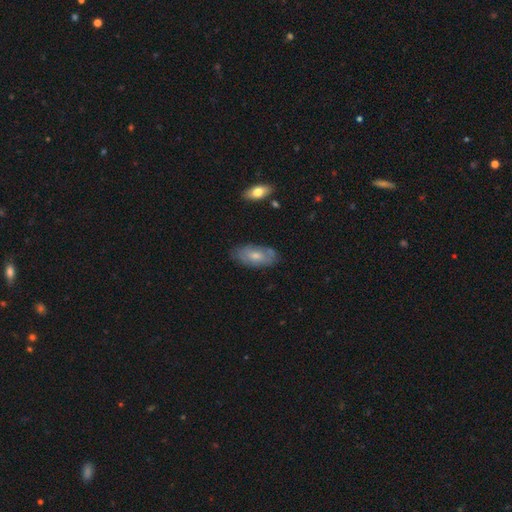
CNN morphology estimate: smooth 60%, featured or disk 34%, star or artifact 7%. Down the decision tree: how rounded — in between (91%); merging — none (75%).